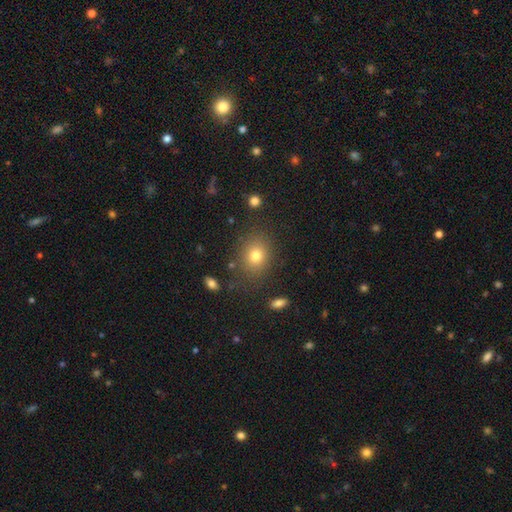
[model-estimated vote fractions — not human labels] smooth-or-featured: smooth: 77% | star or artifact: 13% | featured or disk: 10%
  how-rounded: round: 56% | in between: 43% | cigar-shaped: 1%
  merging: none: 83% | minor disturbance: 10% | major disturbance: 4% | merger: 3%